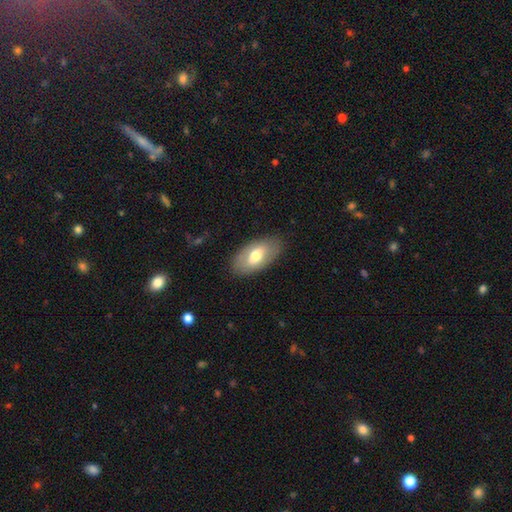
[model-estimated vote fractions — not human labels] A smooth galaxy with no disk features (62%) that is in between round and cigar-shaped (94%).

Vote fractions:
- Smooth or featured? smooth: 62% / featured or disk: 32% / star or artifact: 6%
- How rounded? in between: 94% / round: 4% / cigar-shaped: 3%
- Merging? none: 84% / minor disturbance: 12% / major disturbance: 3% / merger: 1%